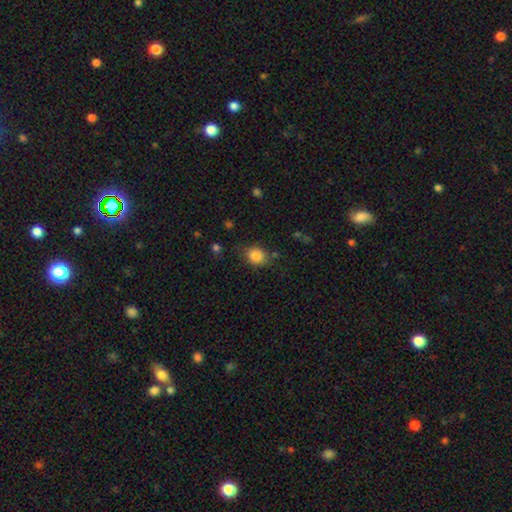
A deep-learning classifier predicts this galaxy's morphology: Smooth or featured?
  - smooth: 85% *
  - star or artifact: 9%
  - featured or disk: 6%
How rounded?
  - in between: 53% *
  - round: 46%
  - cigar-shaped: 1%
Merging?
  - none: 71% *
  - minor disturbance: 20%
  - major disturbance: 6%
  - merger: 3%